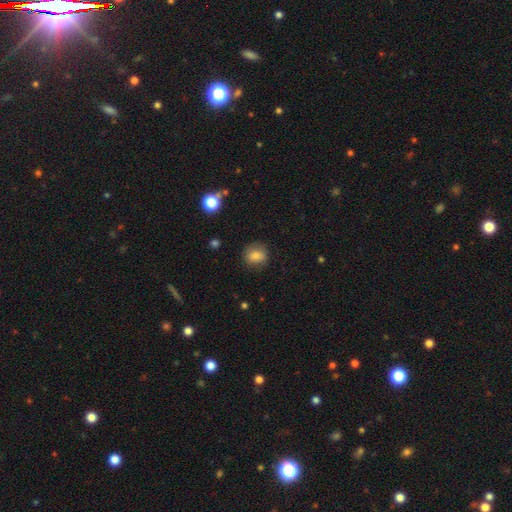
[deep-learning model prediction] The model was most divided on "how rounded": round: 73%, in between: 26%, cigar-shaped: 1%. More confident: merging — none (81%); smooth or featured — smooth (81%).